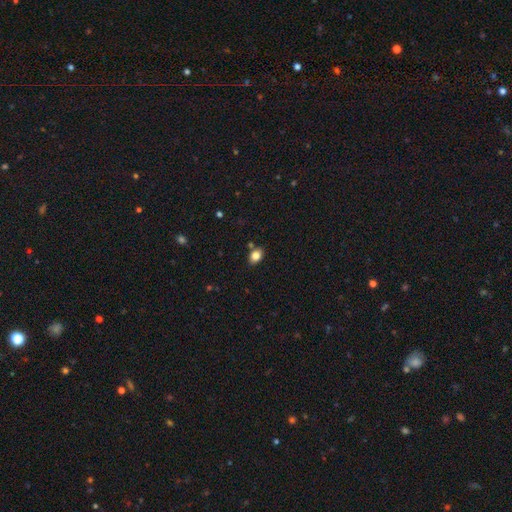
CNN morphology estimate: A smooth galaxy with no disk features (83%) that is in between round and cigar-shaped (78%).

Vote fractions:
- Smooth or featured? smooth: 83% / star or artifact: 10% / featured or disk: 8%
- How rounded? in between: 78% / round: 21% / cigar-shaped: 1%
- Merging? none: 80% / minor disturbance: 12% / merger: 6% / major disturbance: 2%